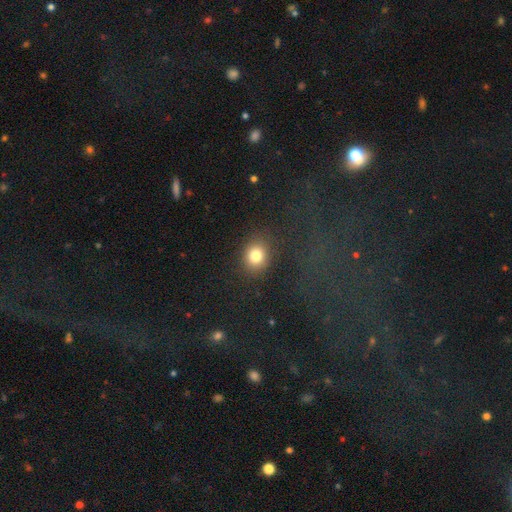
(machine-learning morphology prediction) A smooth galaxy with no disk features (80%) that is round (69%). Merging: none (85%).